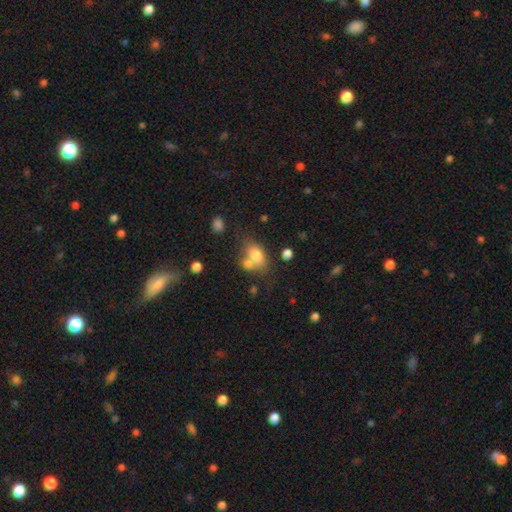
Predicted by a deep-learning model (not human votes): Smooth or featured? smooth (76%)
How rounded? in between (80%)
Merging? none (41%)